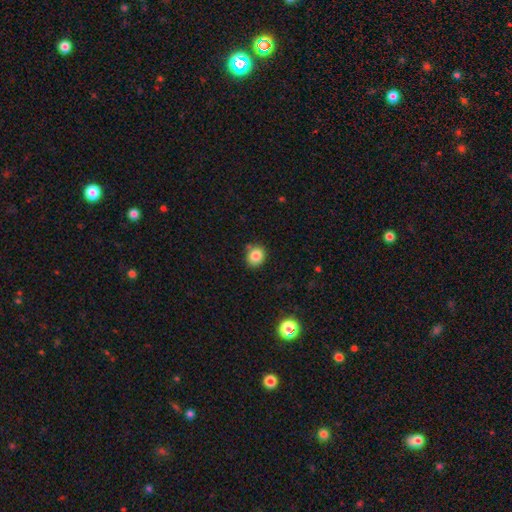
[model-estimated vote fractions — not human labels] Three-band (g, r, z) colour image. It shows a smooth galaxy with no disk features (84%) that is round (69%). Merging: none (80%).